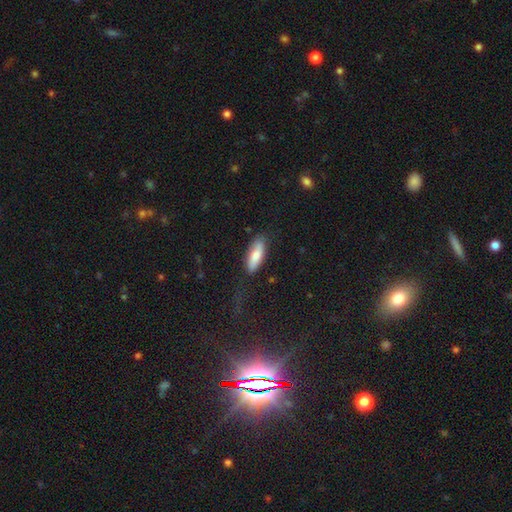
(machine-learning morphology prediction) A smooth galaxy with no disk features (79%) that is in between round and cigar-shaped (63%). Merging: none (77%).